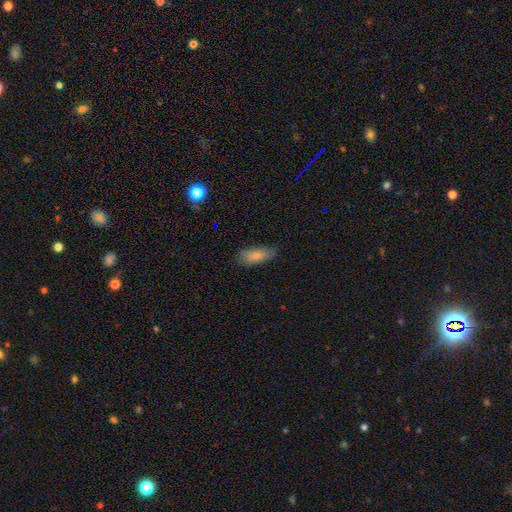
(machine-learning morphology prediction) smooth-or-featured: smooth: 83% | featured or disk: 10% | star or artifact: 7%
  how-rounded: in between: 77% | cigar-shaped: 21% | round: 2%
  merging: none: 74% | minor disturbance: 21% | major disturbance: 4% | merger: 1%